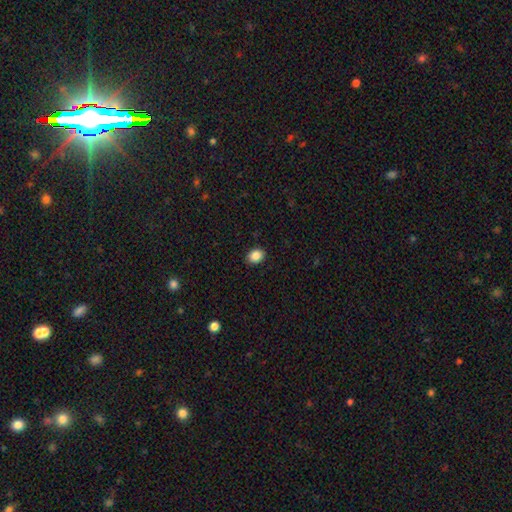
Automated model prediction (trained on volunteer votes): A smooth galaxy with no disk features (87%) that is in between round and cigar-shaped (60%). Merging: none (90%).